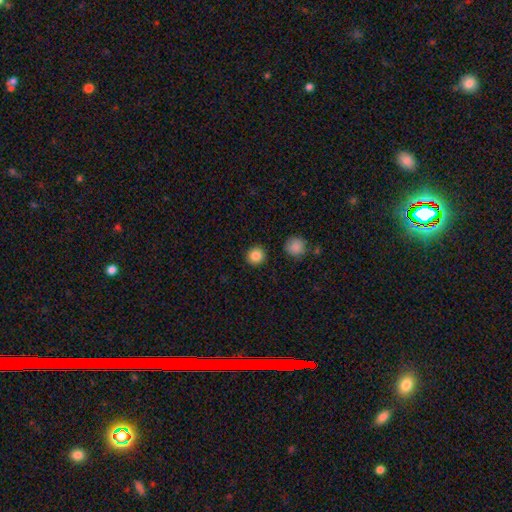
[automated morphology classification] Q: Smooth or featured?
A: smooth (86%); runner-up: star or artifact (10%)
Q: How rounded?
A: round (94%); runner-up: in between (6%)
Q: Merging?
A: none (91%); runner-up: minor disturbance (5%)